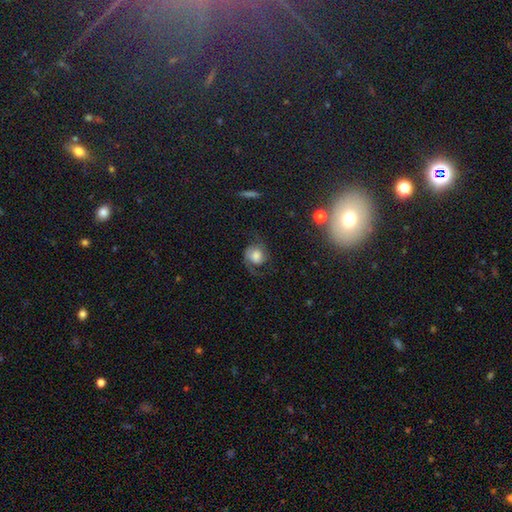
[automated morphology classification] Smooth or featured? Predicted: featured or disk (p=0.57). Edge-on disk? Predicted: no (p=0.97). Bar? Predicted: no (p=0.69). Spiral arms? Predicted: yes (p=0.91). Spiral winding? Predicted: loose (p=0.43). Spiral arm count? Predicted: 2 (p=0.75). Bulge size? Predicted: large (p=0.38). Merging? Predicted: none (p=0.58).